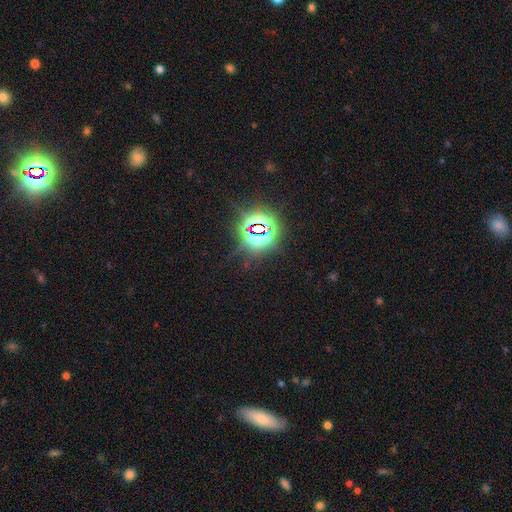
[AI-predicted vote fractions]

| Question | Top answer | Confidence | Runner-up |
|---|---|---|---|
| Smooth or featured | star or artifact | 75% | smooth (17%) |